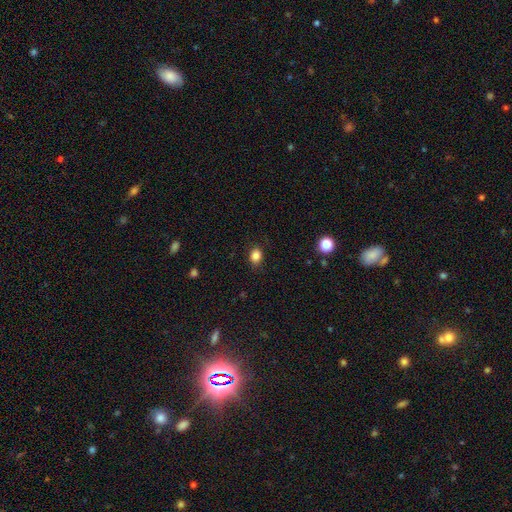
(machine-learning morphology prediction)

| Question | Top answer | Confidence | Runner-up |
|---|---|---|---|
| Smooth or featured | smooth | 85% | star or artifact (11%) |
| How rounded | in between | 54% | round (45%) |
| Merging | none | 84% | minor disturbance (12%) |